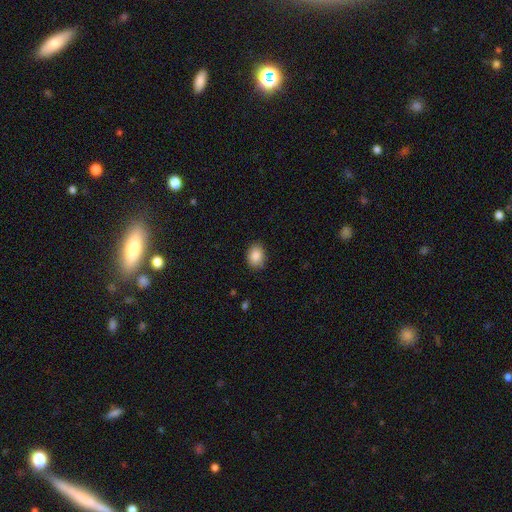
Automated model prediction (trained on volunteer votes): A smooth galaxy with no disk features (87%) that is in between round and cigar-shaped (62%).

Vote fractions:
- Smooth or featured? smooth: 87% / star or artifact: 8% / featured or disk: 5%
- How rounded? in between: 62% / round: 37% / cigar-shaped: 1%
- Merging? none: 83% / minor disturbance: 13% / major disturbance: 3% / merger: 1%